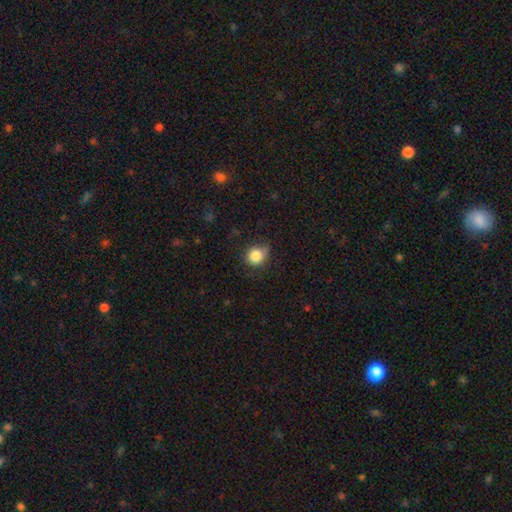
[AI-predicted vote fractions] smooth-or-featured: smooth: 85% | star or artifact: 10% | featured or disk: 6%
  how-rounded: round: 78% | in between: 21% | cigar-shaped: 1%
  merging: none: 67% | minor disturbance: 26% | major disturbance: 6% | merger: 1%